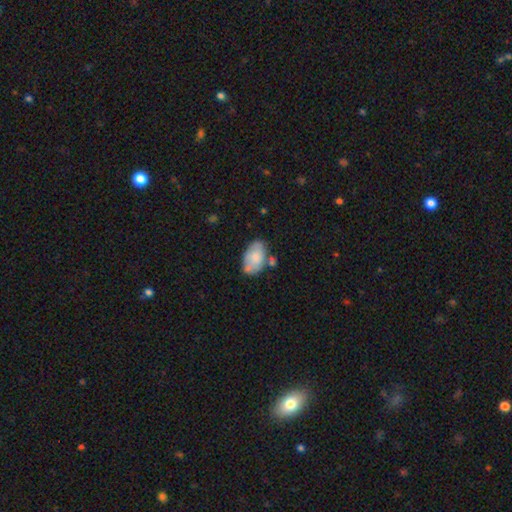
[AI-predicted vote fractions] Smooth or featured?
  - smooth: 71% *
  - featured or disk: 22%
  - star or artifact: 6%
How rounded?
  - in between: 92% *
  - round: 7%
  - cigar-shaped: 1%
Merging?
  - none: 58% *
  - minor disturbance: 24%
  - merger: 12%
  - major disturbance: 6%